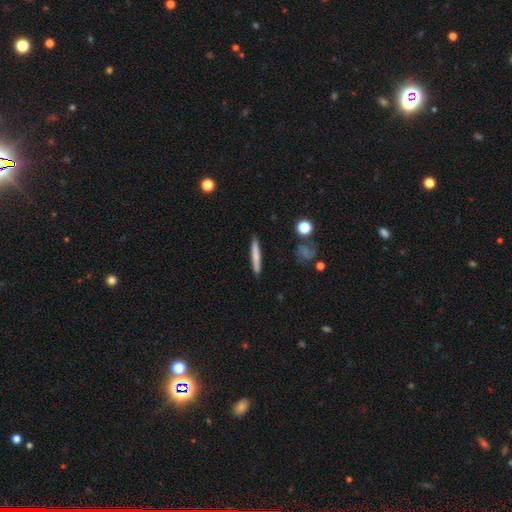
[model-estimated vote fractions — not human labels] Smooth or featured? smooth (69%)
How rounded? cigar-shaped (94%)
Merging? none (89%)